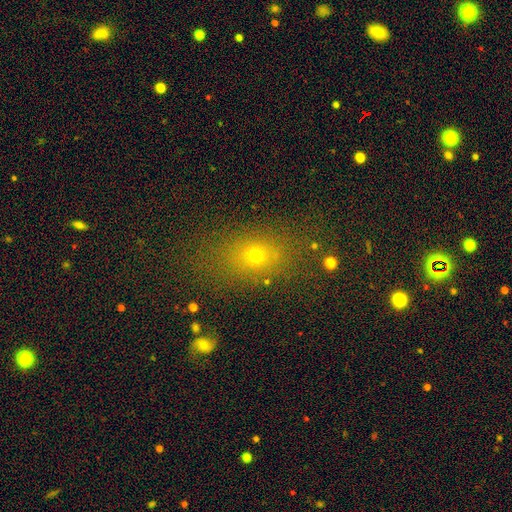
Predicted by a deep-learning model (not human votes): This appears to be a smooth galaxy with no disk features (64%) that is in between round and cigar-shaped (61%). Merging: none (77%).